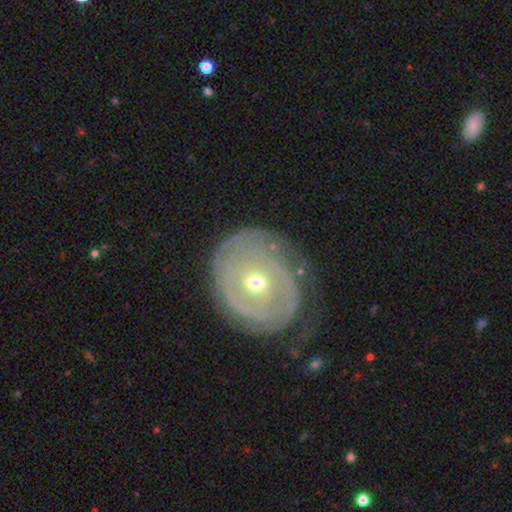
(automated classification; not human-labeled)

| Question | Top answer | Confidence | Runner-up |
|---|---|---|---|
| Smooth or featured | featured or disk | 82% | smooth (12%) |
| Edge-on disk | no | 96% | yes (4%) |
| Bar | no | 69% | weak (23%) |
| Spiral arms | yes | 83% | no (17%) |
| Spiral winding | tight | 82% | medium (13%) |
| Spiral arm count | can't tell | 43% | 2 (23%) |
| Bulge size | moderate | 53% | small (43%) |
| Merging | none | 71% | minor disturbance (19%) |